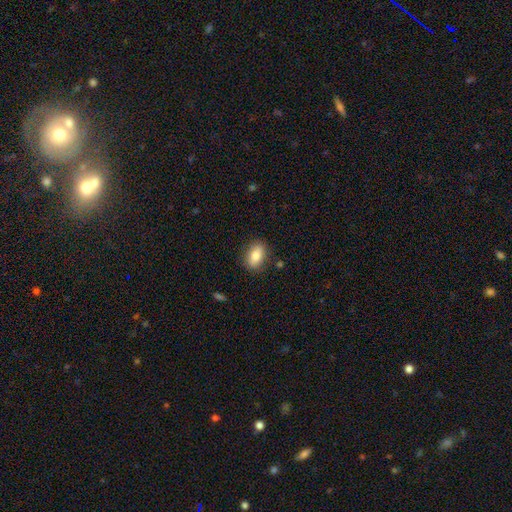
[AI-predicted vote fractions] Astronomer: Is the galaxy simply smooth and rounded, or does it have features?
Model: smooth — 81%.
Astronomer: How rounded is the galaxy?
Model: in between — 85%.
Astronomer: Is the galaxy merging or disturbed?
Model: none — 85%.